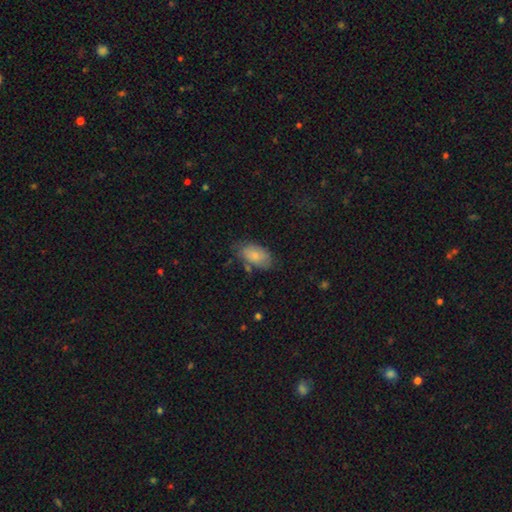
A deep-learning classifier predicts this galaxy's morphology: This appears to be a smooth galaxy with no disk features (81%) that is in between round and cigar-shaped (93%). Merging: none (65%).